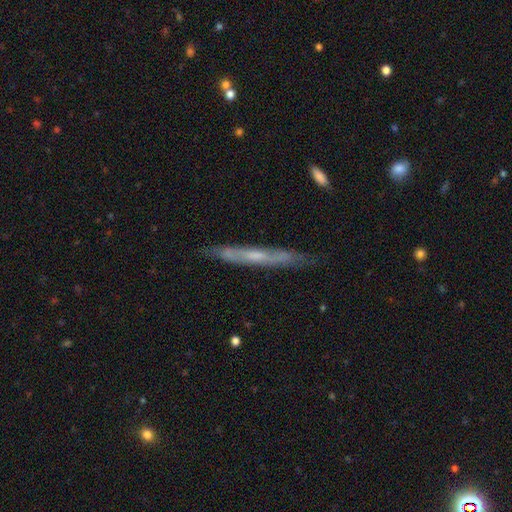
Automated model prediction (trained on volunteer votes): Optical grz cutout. It shows a featured or disk galaxy (61%) viewed edge-on (89%) with no central bulge (66%). Merging: none (81%).